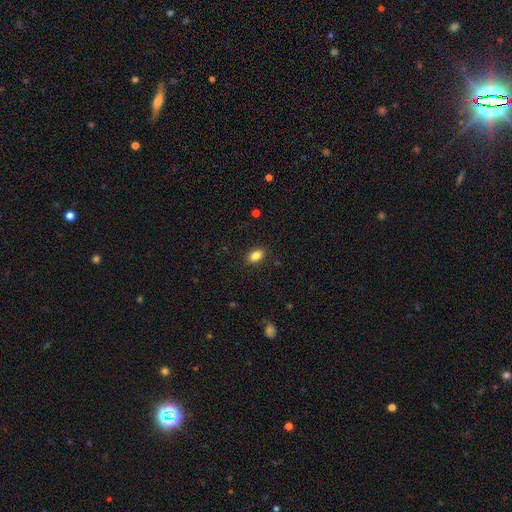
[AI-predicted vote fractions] smooth-or-featured: smooth: 86% | star or artifact: 9% | featured or disk: 5%
  how-rounded: in between: 88% | round: 10% | cigar-shaped: 2%
  merging: none: 88% | minor disturbance: 9% | major disturbance: 2% | merger: 1%